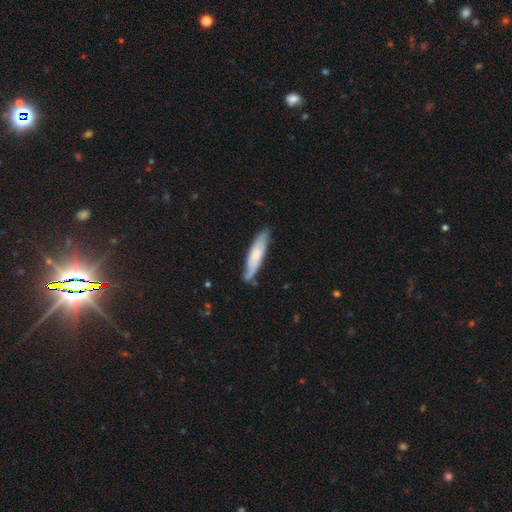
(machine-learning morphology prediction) type=smooth (59%); roundness=cigar-shaped (77%); merging=none (74%).